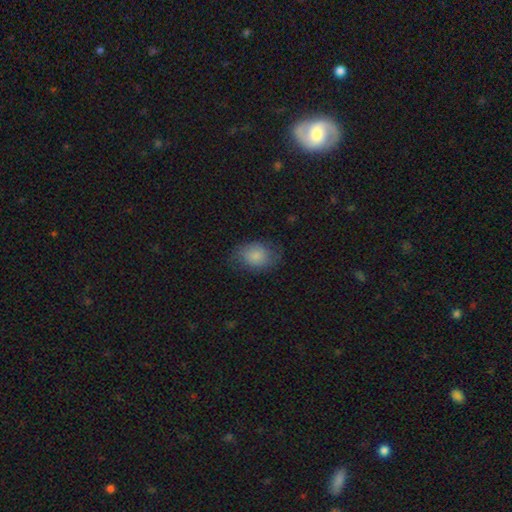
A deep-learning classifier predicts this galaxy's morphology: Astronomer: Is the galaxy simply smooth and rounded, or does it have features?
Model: smooth — 80%.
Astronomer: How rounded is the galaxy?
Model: in between — 66%.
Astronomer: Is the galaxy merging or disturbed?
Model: none — 67%.